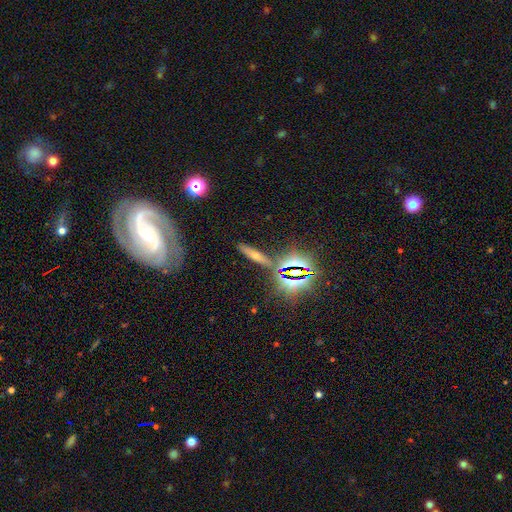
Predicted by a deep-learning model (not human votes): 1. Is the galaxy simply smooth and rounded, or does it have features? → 49% featured or disk, 26% smooth, 25% star or artifact.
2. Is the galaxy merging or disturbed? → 74% none, 13% minor disturbance, 7% merger, 6% major disturbance.